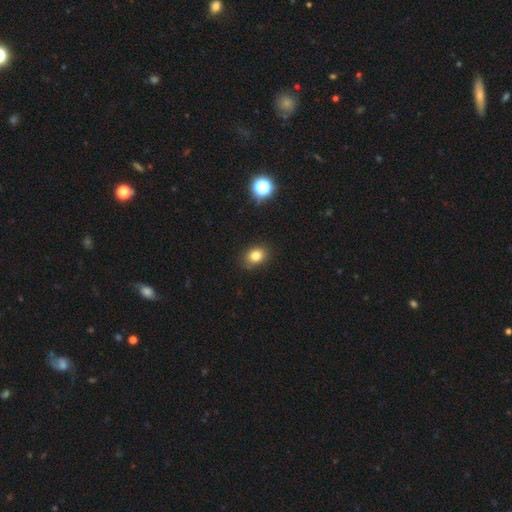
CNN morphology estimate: smooth_or_featured: smooth (p=0.81) [alt: star or artifact p=0.13]
how_rounded: in between (p=0.56) [alt: round p=0.43]
merging: none (p=0.87) [alt: minor disturbance p=0.09]